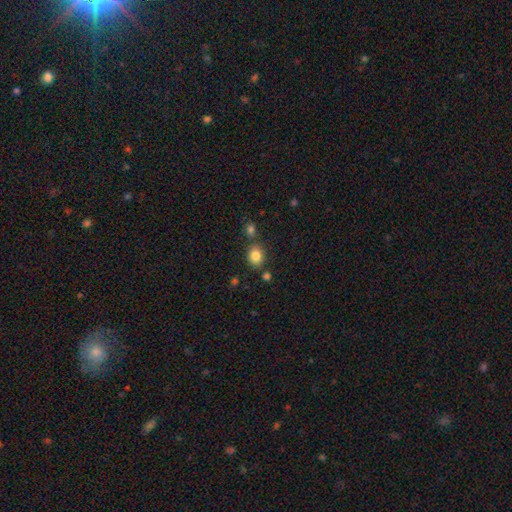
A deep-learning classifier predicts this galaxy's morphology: A smooth galaxy with no disk features (84%) that is round (58%).

Vote fractions:
- Smooth or featured? smooth: 84% / star or artifact: 10% / featured or disk: 5%
- How rounded? round: 58% / in between: 41% / cigar-shaped: 1%
- Merging? none: 75% / merger: 11% / minor disturbance: 11% / major disturbance: 3%